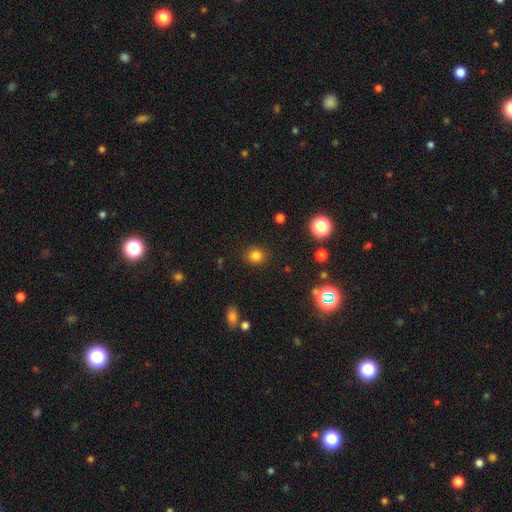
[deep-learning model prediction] Smooth or featured: smooth — 81% (star or artifact — 14%)
How rounded: round — 86% (in between — 13%)
Merging: none — 89% (minor disturbance — 7%)